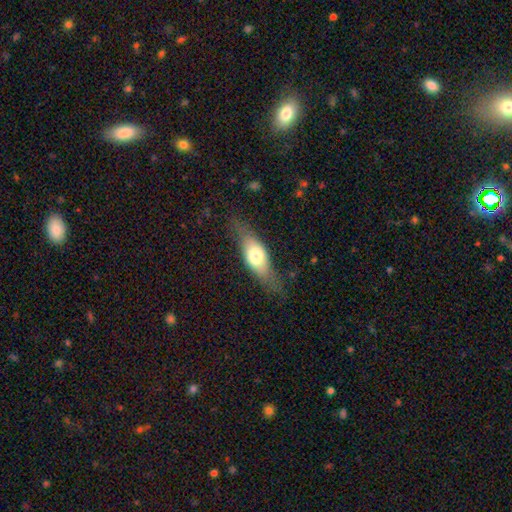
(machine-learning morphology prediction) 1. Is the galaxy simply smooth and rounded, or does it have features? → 57% smooth, 37% featured or disk, 7% star or artifact.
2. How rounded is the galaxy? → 64% in between, 32% cigar-shaped, 5% round.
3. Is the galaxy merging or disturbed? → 69% none, 20% minor disturbance, 9% major disturbance, 1% merger.